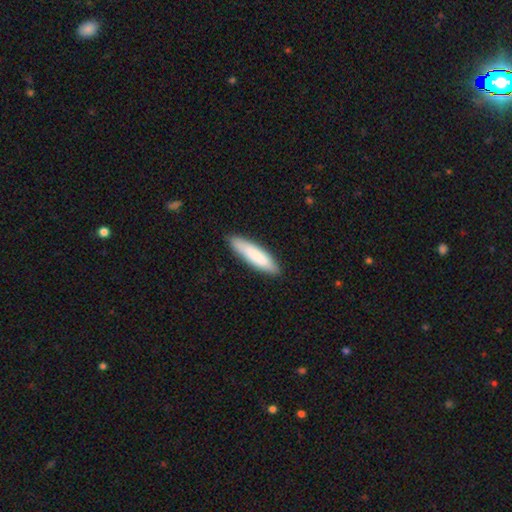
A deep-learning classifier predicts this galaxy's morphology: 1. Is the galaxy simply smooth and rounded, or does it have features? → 82% smooth, 13% featured or disk, 5% star or artifact.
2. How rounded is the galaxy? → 75% cigar-shaped, 24% in between, 1% round.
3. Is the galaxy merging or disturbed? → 87% none, 10% minor disturbance, 2% major disturbance, 1% merger.